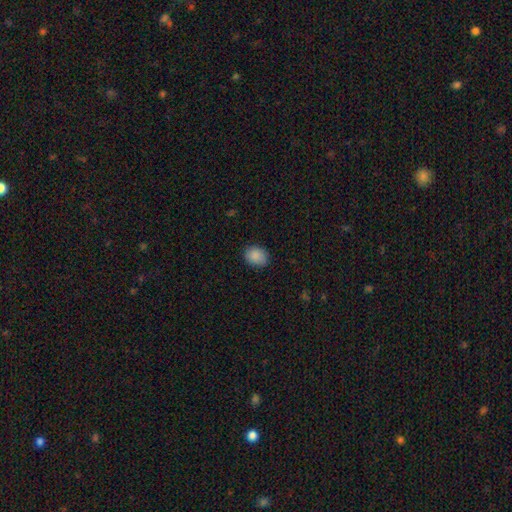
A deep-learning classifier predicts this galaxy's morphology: This is clearly a smooth galaxy (88%). How rounded: possibly round (53%). Merging: clearly none (83%).